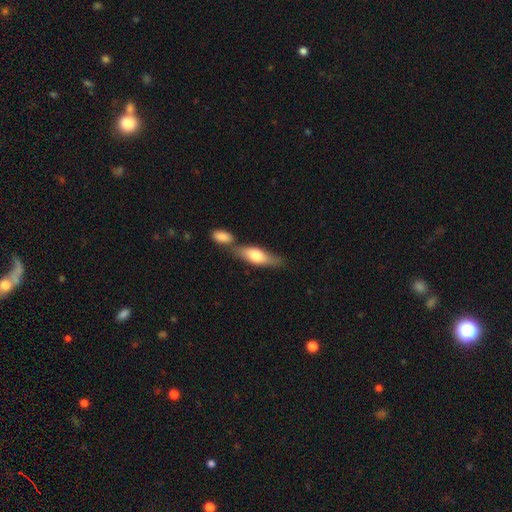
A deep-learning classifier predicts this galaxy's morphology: Overall: smooth (63%; featured or disk 32%). How rounded: in between (57%; cigar-shaped 40%). Merging: none (46%; merger 36%).